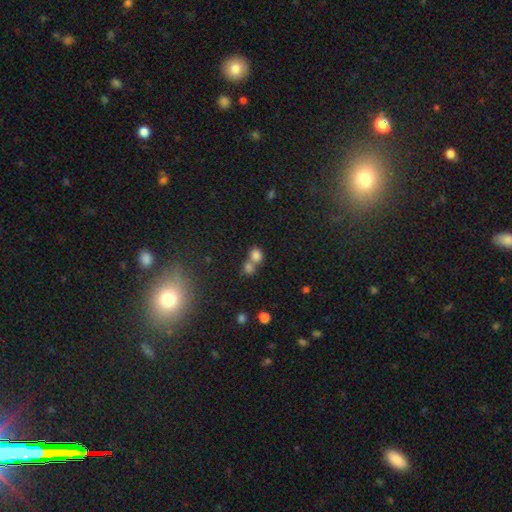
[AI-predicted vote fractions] smooth_or_featured: smooth (p=0.78) [alt: star or artifact p=0.14]
how_rounded: round (p=0.68) [alt: in between p=0.30]
merging: merger (p=0.50) [alt: none p=0.40]